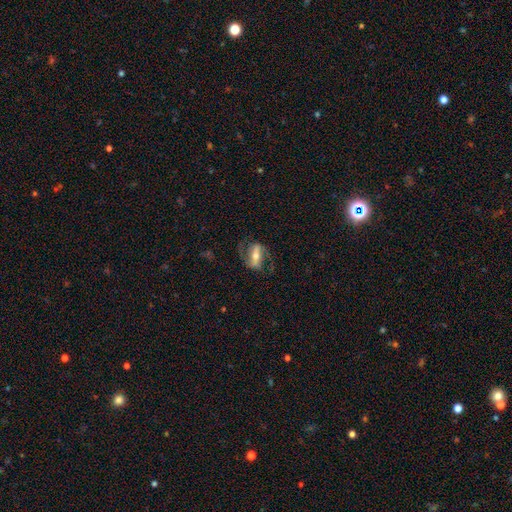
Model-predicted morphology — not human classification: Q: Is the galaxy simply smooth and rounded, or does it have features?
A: featured or disk — 78%.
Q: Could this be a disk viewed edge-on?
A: no — 91%.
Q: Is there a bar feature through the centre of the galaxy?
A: strong — 64%.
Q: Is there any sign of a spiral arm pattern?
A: yes — 88%.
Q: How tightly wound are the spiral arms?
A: medium — 47%.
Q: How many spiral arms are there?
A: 2 — 88%.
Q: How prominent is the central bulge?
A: moderate — 56%.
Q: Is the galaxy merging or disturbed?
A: none — 71%.